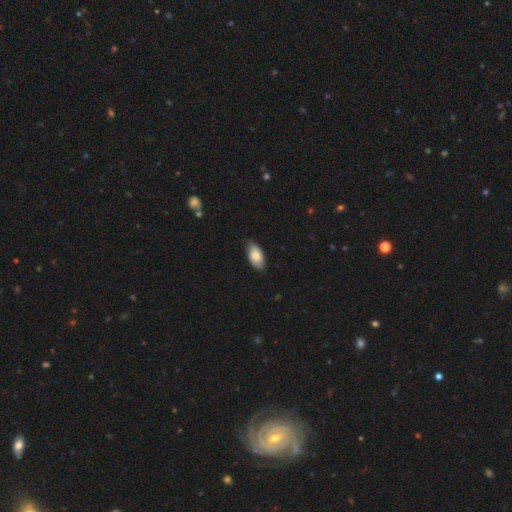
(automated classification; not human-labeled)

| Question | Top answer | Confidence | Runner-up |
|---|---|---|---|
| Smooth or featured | smooth | 81% | featured or disk (13%) |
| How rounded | in between | 94% | cigar-shaped (3%) |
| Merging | none | 78% | minor disturbance (19%) |